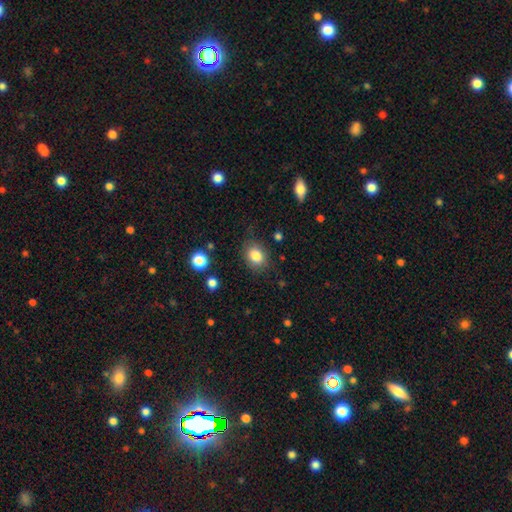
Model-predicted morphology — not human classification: type=smooth (83%); roundness=in between (53%); merging=none (81%).